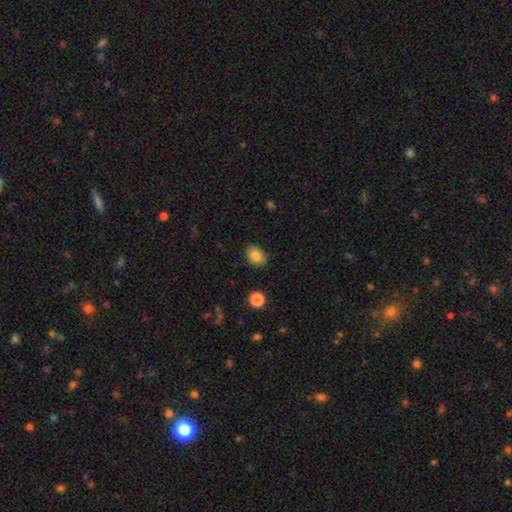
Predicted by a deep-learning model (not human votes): Smooth or featured? smooth (83%)
How rounded? in between (64%)
Merging? none (84%)